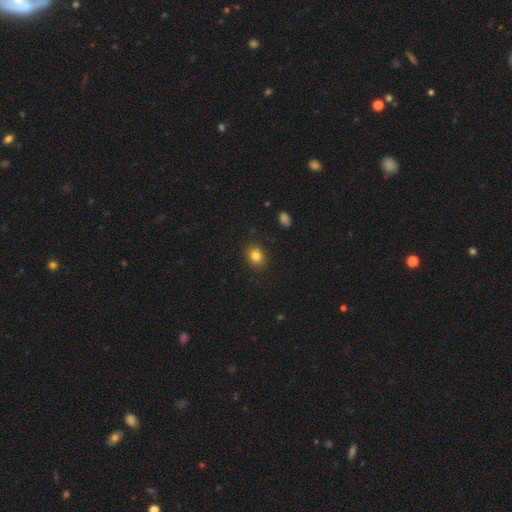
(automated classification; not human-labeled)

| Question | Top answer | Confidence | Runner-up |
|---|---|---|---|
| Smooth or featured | smooth | 82% | star or artifact (11%) |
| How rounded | round | 56% | in between (43%) |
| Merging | none | 88% | minor disturbance (8%) |